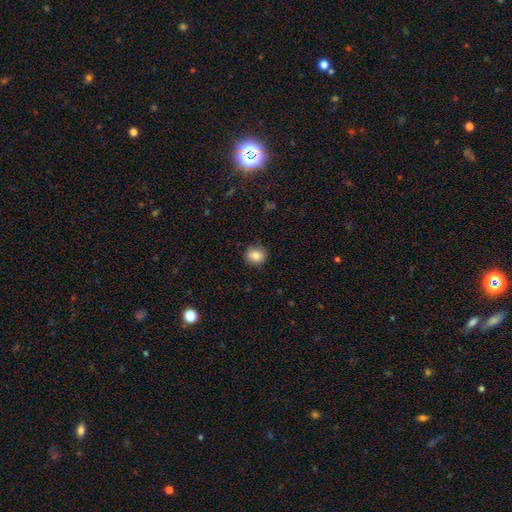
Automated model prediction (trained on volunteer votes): This is clearly a smooth galaxy (85%). How rounded: likely round (79%). Merging: clearly none (87%).